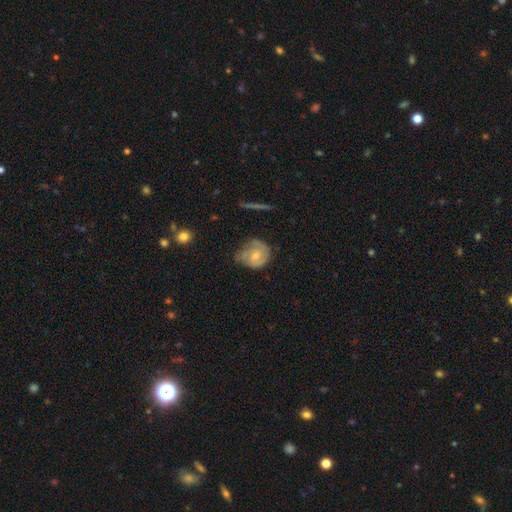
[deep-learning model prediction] smooth_or_featured: featured or disk (p=0.67) [alt: smooth p=0.27]
disk_edge_on: no (p=0.97) [alt: yes p=0.03]
bar: no (p=0.60) [alt: weak p=0.34]
has_spiral_arms: yes (p=0.87) [alt: no p=0.13]
spiral_winding: tight (p=0.53) [alt: medium p=0.36]
spiral_arm_count: 2 (p=0.55) [alt: can't tell p=0.21]
bulge_size: small (p=0.49) [alt: moderate p=0.43]
merging: none (p=0.50) [alt: minor disturbance p=0.33]